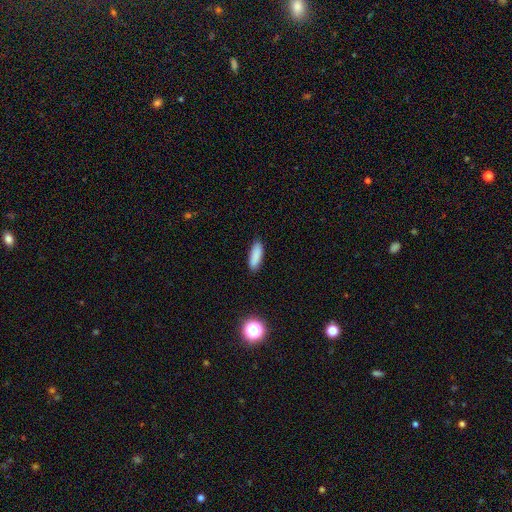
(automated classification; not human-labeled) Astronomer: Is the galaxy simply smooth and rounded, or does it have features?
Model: smooth — 87%.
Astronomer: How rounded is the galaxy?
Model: in between — 56% (runner-up: cigar-shaped, 42%).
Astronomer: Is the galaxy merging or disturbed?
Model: none — 88%.